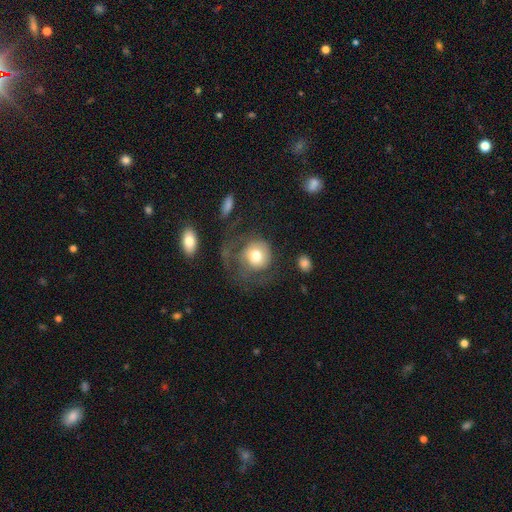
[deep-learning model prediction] Smooth or featured: smooth — 60% (featured or disk — 31%)
How rounded: round — 84% (in between — 15%)
Merging: major disturbance — 43% (none — 36%)